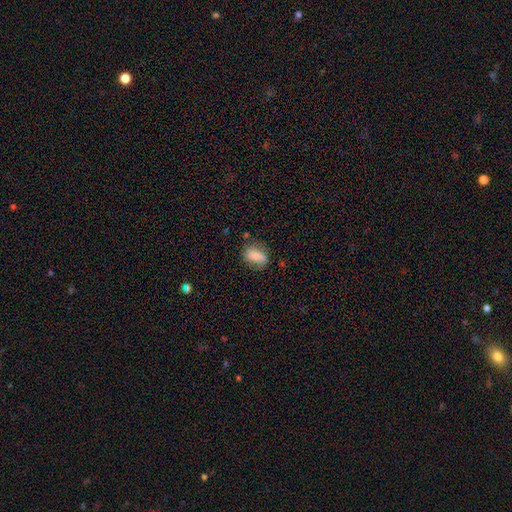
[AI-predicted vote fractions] Q: Smooth or featured?
A: smooth (74%); runner-up: featured or disk (18%)
Q: How rounded?
A: in between (81%); runner-up: round (16%)
Q: Merging?
A: none (61%); runner-up: minor disturbance (26%)